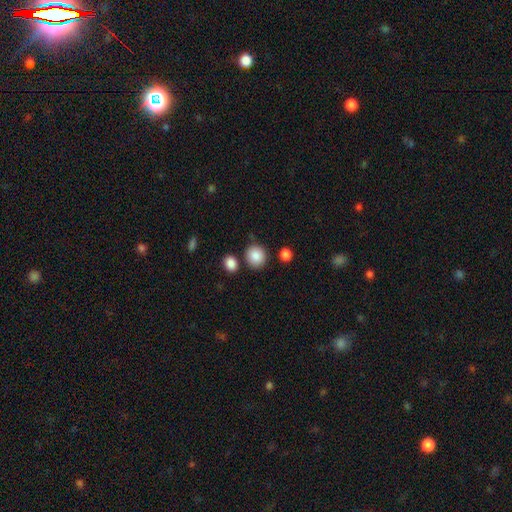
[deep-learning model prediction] A smooth galaxy with no disk features (87%) that is round (83%).

Vote fractions:
- Smooth or featured? smooth: 87% / star or artifact: 8% / featured or disk: 5%
- How rounded? round: 83% / in between: 16% / cigar-shaped: 1%
- Merging? none: 81% / minor disturbance: 9% / merger: 7% / major disturbance: 3%